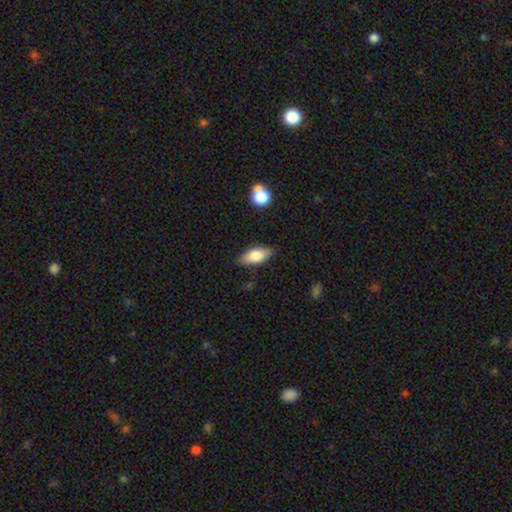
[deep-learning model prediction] Q: Smooth or featured?
A: smooth (78%); runner-up: featured or disk (15%)
Q: How rounded?
A: in between (82%); runner-up: cigar-shaped (15%)
Q: Merging?
A: none (82%); runner-up: minor disturbance (13%)